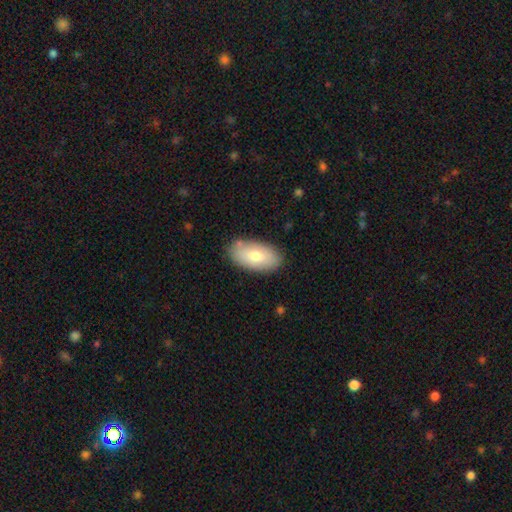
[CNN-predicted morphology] smooth_or_featured: smooth (p=0.74) [alt: featured or disk p=0.20]
how_rounded: in between (p=0.94) [alt: round p=0.03]
merging: none (p=0.83) [alt: minor disturbance p=0.12]